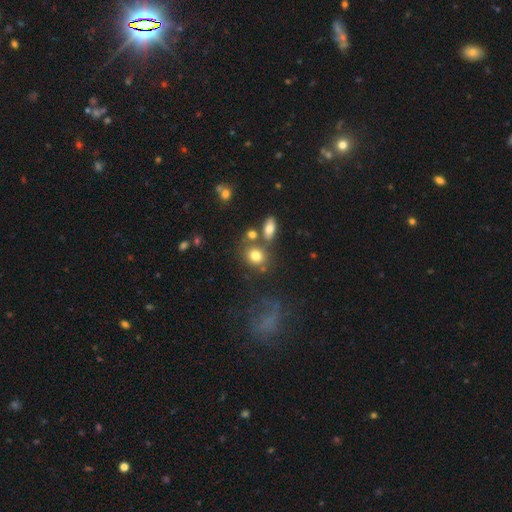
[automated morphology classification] Smooth or featured?
  - smooth: 76% *
  - star or artifact: 12%
  - featured or disk: 12%
How rounded?
  - round: 60% *
  - in between: 38%
  - cigar-shaped: 2%
Merging?
  - none: 57% *
  - merger: 22%
  - minor disturbance: 13%
  - major disturbance: 7%